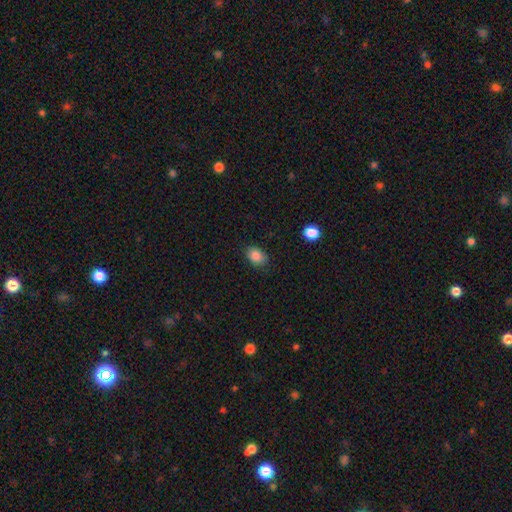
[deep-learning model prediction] The model was most divided on "how rounded": in between: 74%, round: 25%, cigar-shaped: 1%. More confident: smooth or featured — smooth (86%); merging — none (83%).